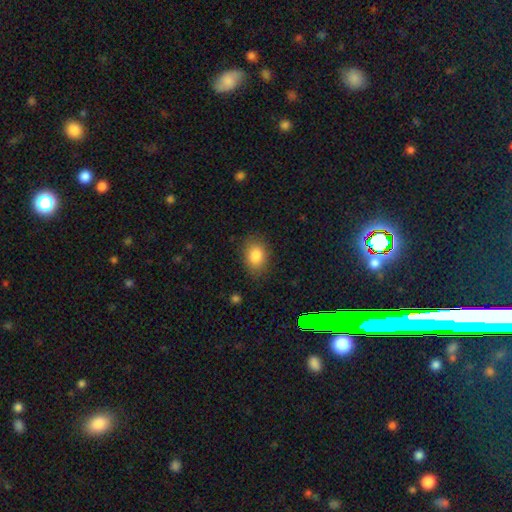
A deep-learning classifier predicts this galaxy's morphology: type=smooth (84%); roundness=in between (72%); merging=none (83%).